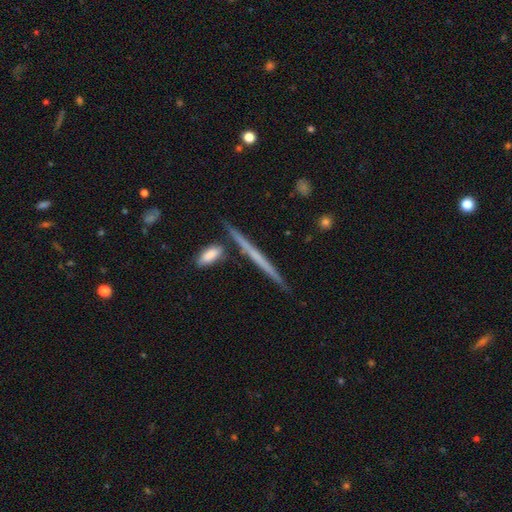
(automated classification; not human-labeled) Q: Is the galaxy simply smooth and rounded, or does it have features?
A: featured or disk — 58%.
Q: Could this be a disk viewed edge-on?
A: yes — 97%.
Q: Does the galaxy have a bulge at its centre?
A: none — 82%.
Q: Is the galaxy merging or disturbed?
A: none — 86%.